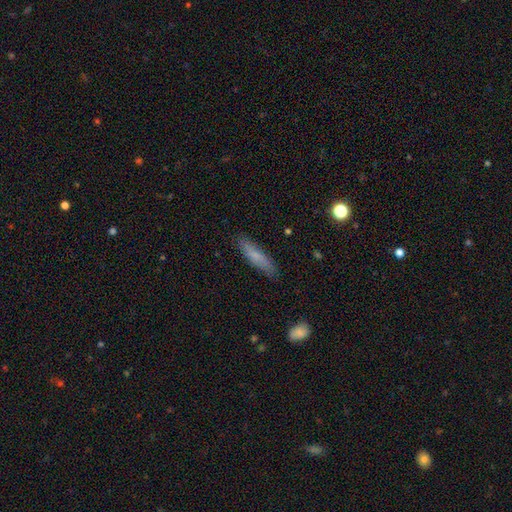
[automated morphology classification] Smooth or featured: smooth — 72% (featured or disk — 22%)
How rounded: cigar-shaped — 79% (in between — 19%)
Merging: none — 85% (minor disturbance — 12%)